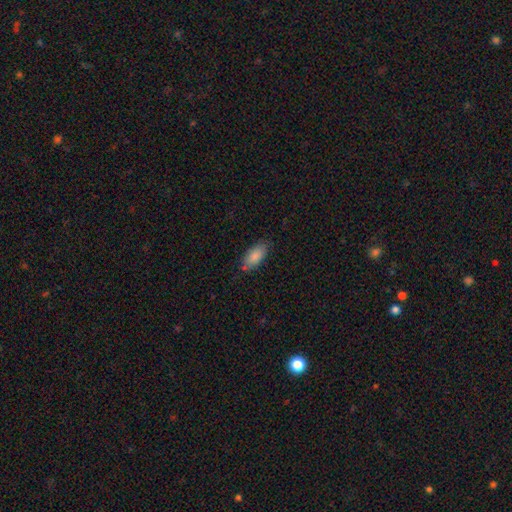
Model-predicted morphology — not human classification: Overall: smooth (85%). How rounded: in between (88%). Merging: none (78%).